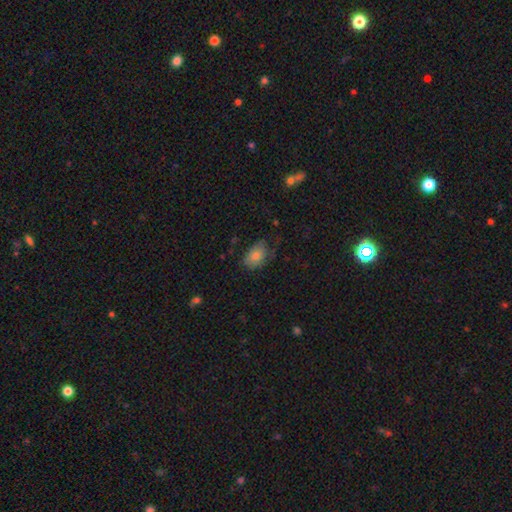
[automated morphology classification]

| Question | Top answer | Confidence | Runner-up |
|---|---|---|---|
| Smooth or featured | smooth | 77% | featured or disk (15%) |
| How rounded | in between | 83% | round (16%) |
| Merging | none | 63% | minor disturbance (28%) |